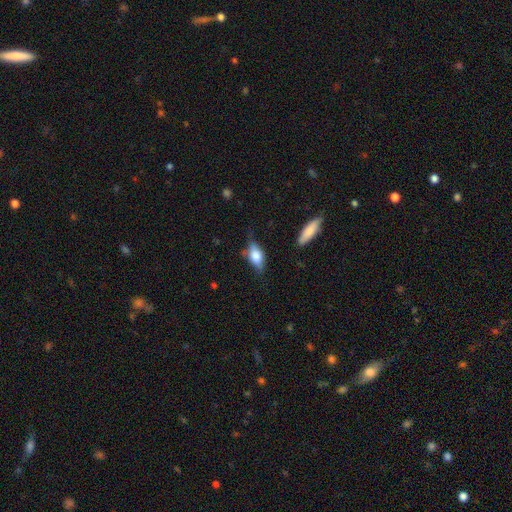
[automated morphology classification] This is likely a smooth galaxy (61%). How rounded: clearly in between (82%). Merging: likely none (61%).